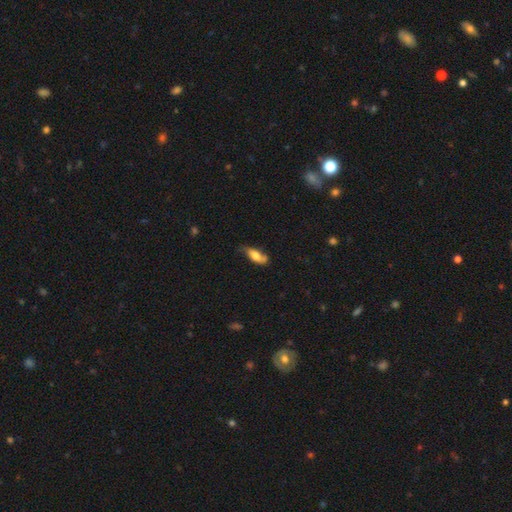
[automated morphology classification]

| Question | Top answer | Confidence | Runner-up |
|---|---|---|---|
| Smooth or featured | smooth | 61% | featured or disk (31%) |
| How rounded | in between | 79% | cigar-shaped (18%) |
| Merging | none | 52% | minor disturbance (33%) |